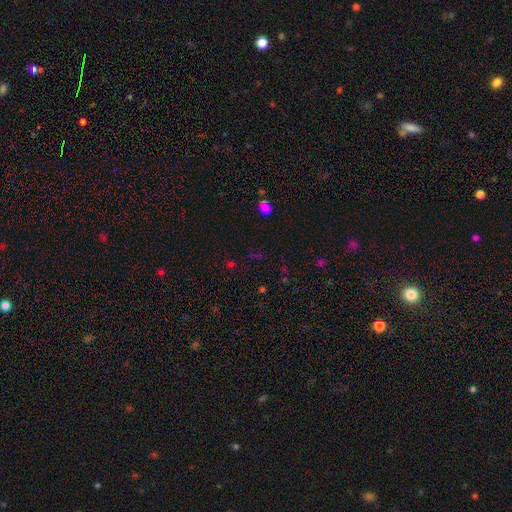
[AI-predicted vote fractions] A star or artifact, not a galaxy (56%).

Vote fractions:
- Smooth or featured? star or artifact: 56% / smooth: 35% / featured or disk: 10%